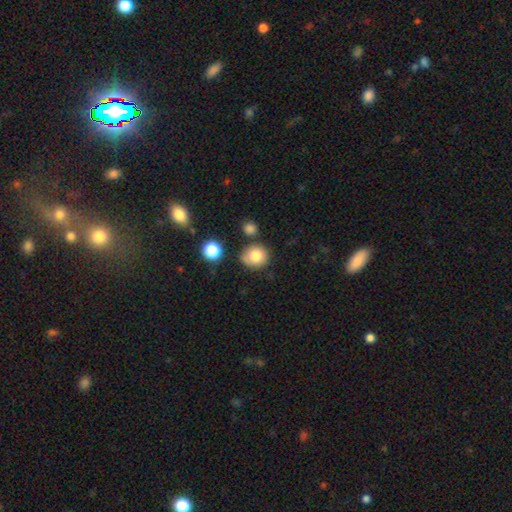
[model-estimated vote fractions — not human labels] smooth_or_featured: smooth (p=0.79) [alt: star or artifact p=0.11]
how_rounded: round (p=0.81) [alt: in between p=0.18]
merging: none (p=0.71) [alt: minor disturbance p=0.17]